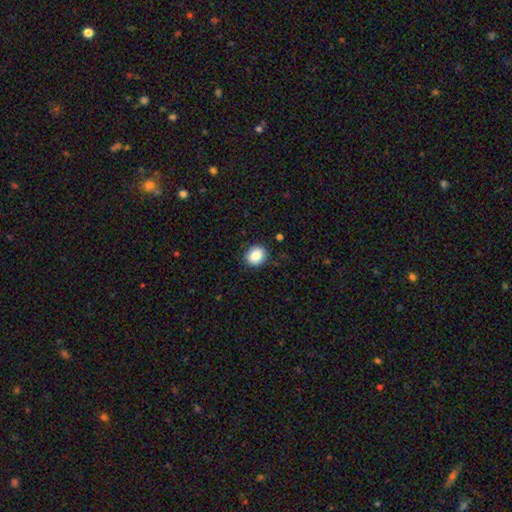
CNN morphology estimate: A smooth galaxy with no disk features (87%) that is round (70%). Merging: none (88%).